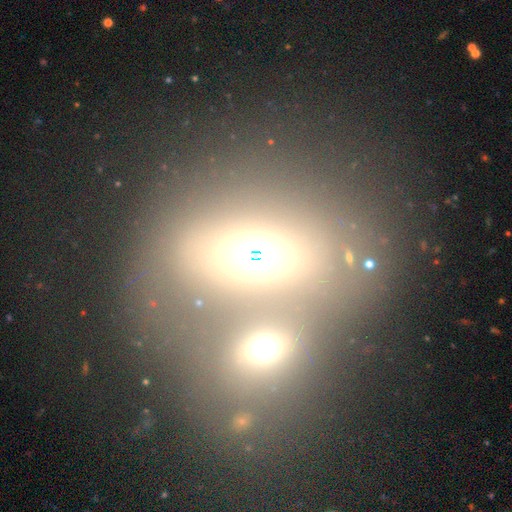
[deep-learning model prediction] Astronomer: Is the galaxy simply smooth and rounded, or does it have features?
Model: smooth — 54%.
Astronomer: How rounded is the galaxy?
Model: in between — 60% (runner-up: round, 37%).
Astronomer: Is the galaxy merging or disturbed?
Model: merger — 65%.